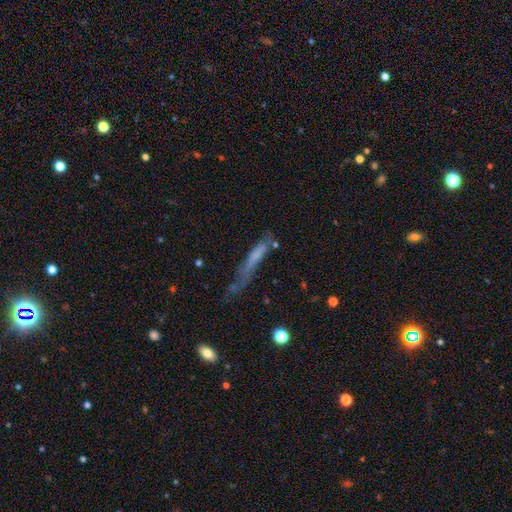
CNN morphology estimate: Smooth or featured? smooth (57%)
How rounded? cigar-shaped (91%)
Merging? none (41%)